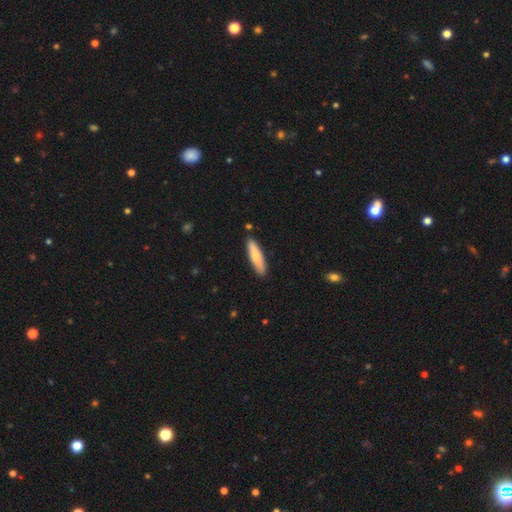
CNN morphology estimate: smooth 73%, featured or disk 22%, star or artifact 5%. Down the decision tree: how rounded — cigar-shaped (78%); merging — none (88%).